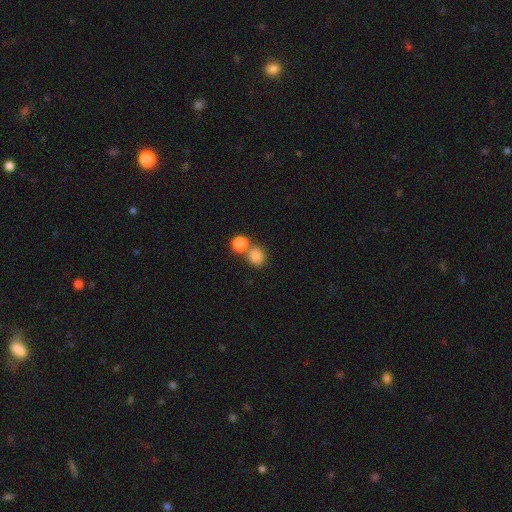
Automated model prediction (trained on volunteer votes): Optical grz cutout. It shows a smooth galaxy with no disk features (83%) that is round (73%). Merging: none (55%).